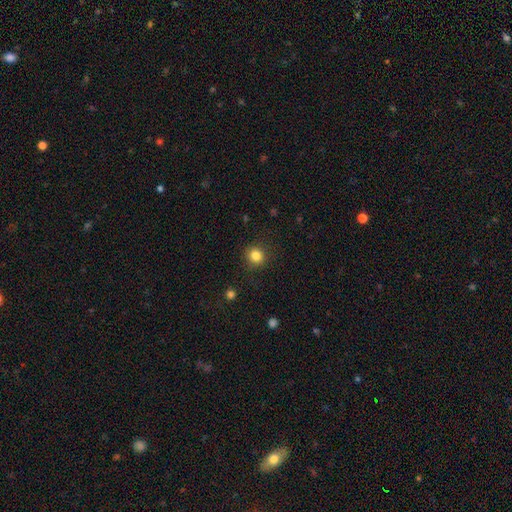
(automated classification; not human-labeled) smooth-or-featured: smooth: 84% | star or artifact: 12% | featured or disk: 5%
  how-rounded: round: 89% | in between: 10% | cigar-shaped: 1%
  merging: none: 89% | minor disturbance: 8% | major disturbance: 3% | merger: 1%